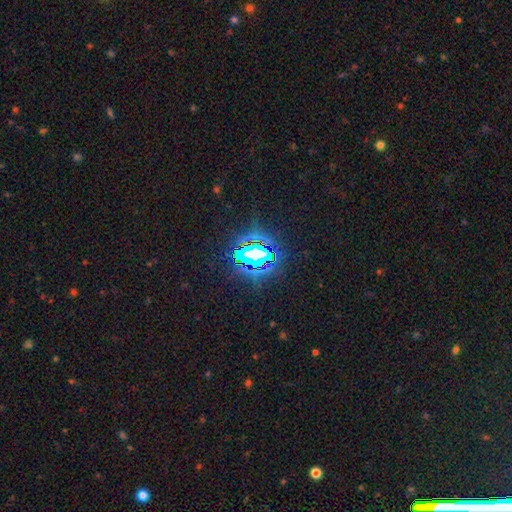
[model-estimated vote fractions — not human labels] smooth_or_featured: star or artifact (p=0.79) [alt: smooth p=0.12]